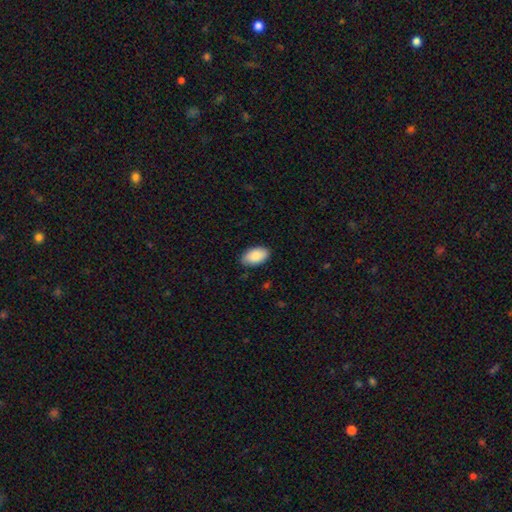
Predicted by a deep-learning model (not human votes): smooth-or-featured: smooth: 89% | star or artifact: 6% | featured or disk: 5%
  how-rounded: in between: 95% | round: 3% | cigar-shaped: 2%
  merging: none: 85% | minor disturbance: 12% | major disturbance: 2% | merger: 1%